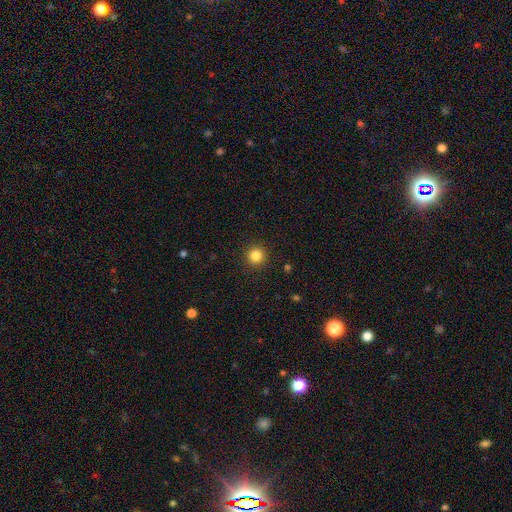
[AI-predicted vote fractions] Smooth or featured? Predicted: smooth (p=0.84). How rounded? Predicted: round (p=0.95). Merging? Predicted: none (p=0.93).